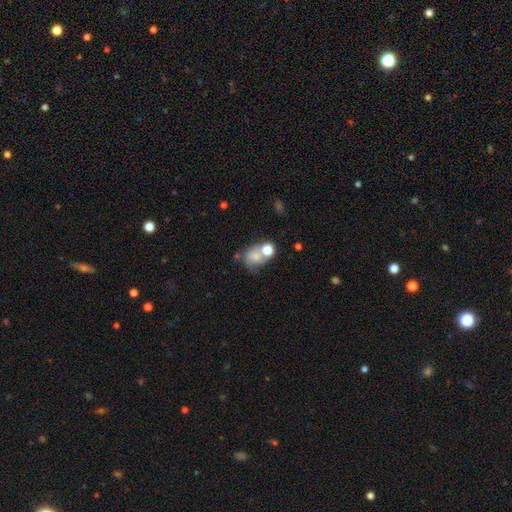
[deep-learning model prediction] This is likely a smooth galaxy (65%). How rounded: possibly round (55%). Merging: marginally merger (38%).